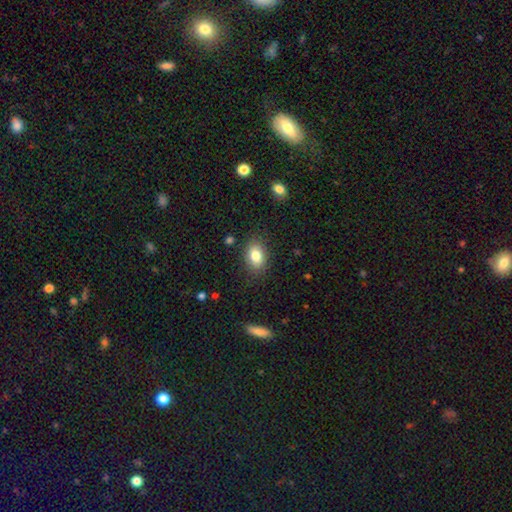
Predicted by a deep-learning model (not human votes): A smooth galaxy with no disk features (82%) that is in between round and cigar-shaped (80%).

Vote fractions:
- Smooth or featured? smooth: 82% / featured or disk: 9% / star or artifact: 9%
- How rounded? in between: 80% / round: 18% / cigar-shaped: 1%
- Merging? none: 84% / minor disturbance: 11% / major disturbance: 3% / merger: 2%